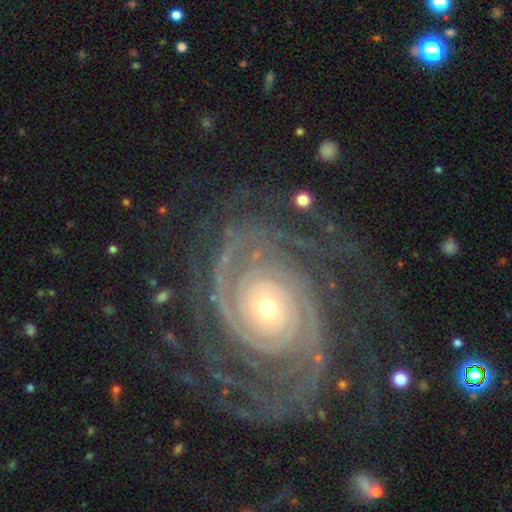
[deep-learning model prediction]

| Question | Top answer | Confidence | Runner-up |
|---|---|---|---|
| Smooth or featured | featured or disk | 92% | star or artifact (5%) |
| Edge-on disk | no | 97% | yes (3%) |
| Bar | no | 75% | weak (16%) |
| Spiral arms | yes | 98% | no (2%) |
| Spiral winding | tight | 72% | medium (23%) |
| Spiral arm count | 2 | 44% | 3 (18%) |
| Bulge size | small | 54% | moderate (41%) |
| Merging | none | 72% | minor disturbance (15%) |